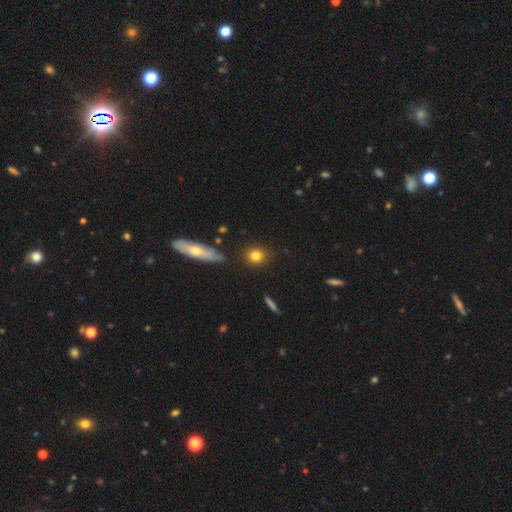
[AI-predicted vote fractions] Smooth or featured?
  - smooth: 81% *
  - star or artifact: 10%
  - featured or disk: 10%
How rounded?
  - round: 75% *
  - in between: 21%
  - cigar-shaped: 4%
Merging?
  - none: 86% *
  - minor disturbance: 9%
  - merger: 2%
  - major disturbance: 2%